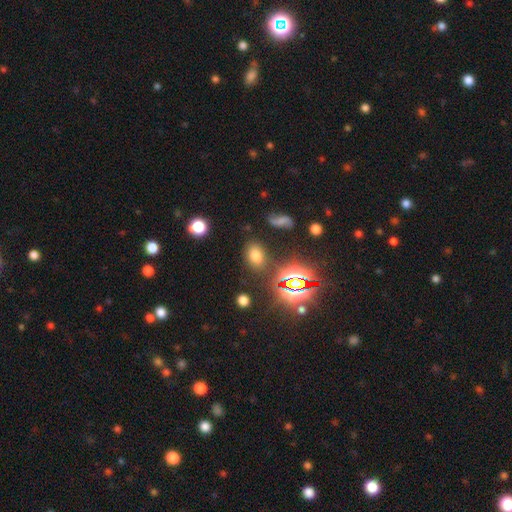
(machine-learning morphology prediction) Overall: smooth (66%). How rounded: in between (80%). Merging: none (79%).